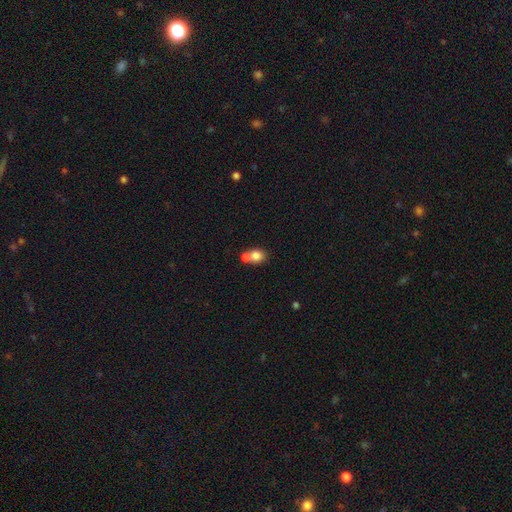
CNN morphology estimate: A smooth galaxy with no disk features (78%) that is round (57%). Merging: merger (57%).